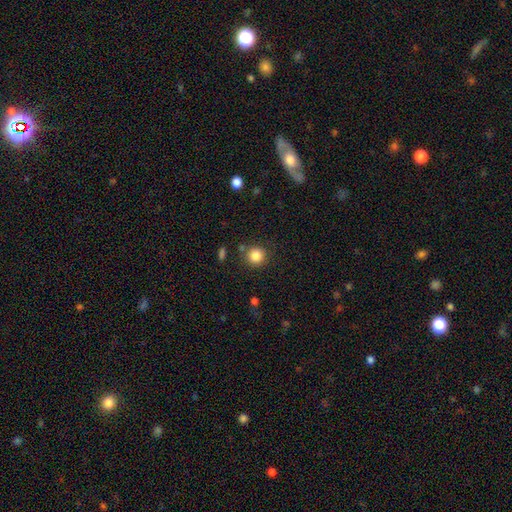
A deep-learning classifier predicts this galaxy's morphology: Smooth or featured: smooth — 84% (star or artifact — 11%)
How rounded: round — 92% (in between — 7%)
Merging: none — 83% (minor disturbance — 9%)